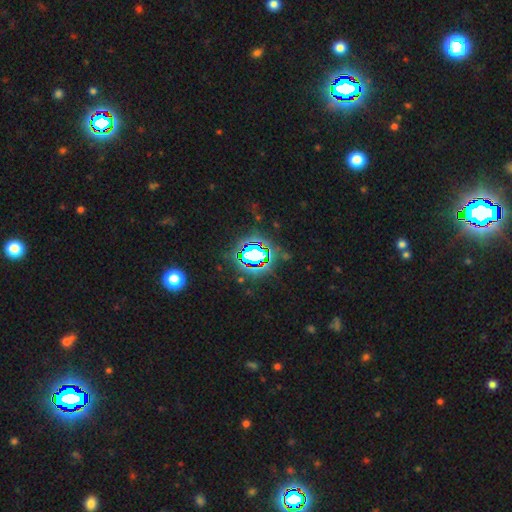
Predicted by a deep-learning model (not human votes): A star or artifact, not a galaxy (74%).